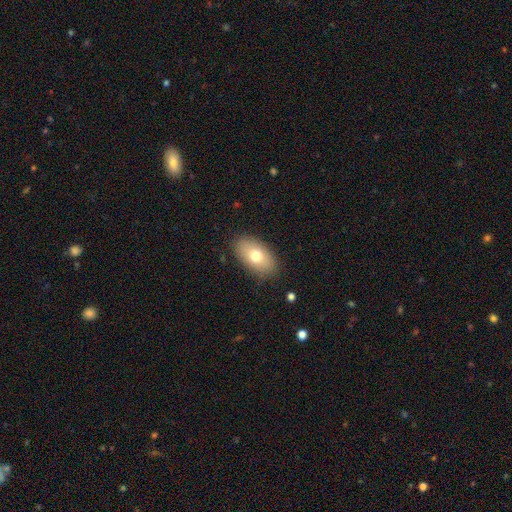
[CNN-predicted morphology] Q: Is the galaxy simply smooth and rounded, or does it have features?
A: smooth — 74%.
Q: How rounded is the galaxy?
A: in between — 92%.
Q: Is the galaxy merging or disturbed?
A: none — 86%.